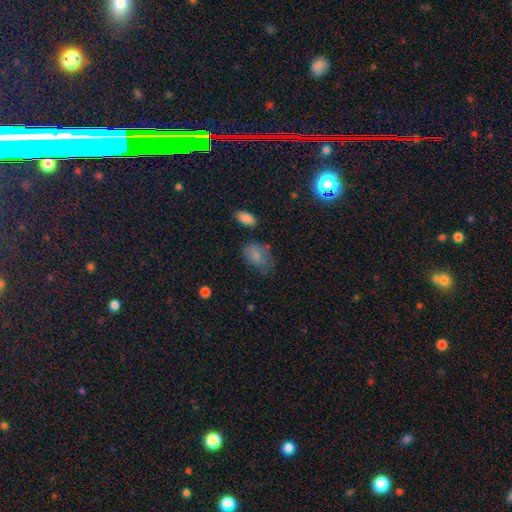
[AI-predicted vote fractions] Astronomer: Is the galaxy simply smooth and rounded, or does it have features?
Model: smooth — 76%.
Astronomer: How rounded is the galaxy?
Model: in between — 84%.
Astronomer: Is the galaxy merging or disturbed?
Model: none — 52% (runner-up: minor disturbance, 29%).